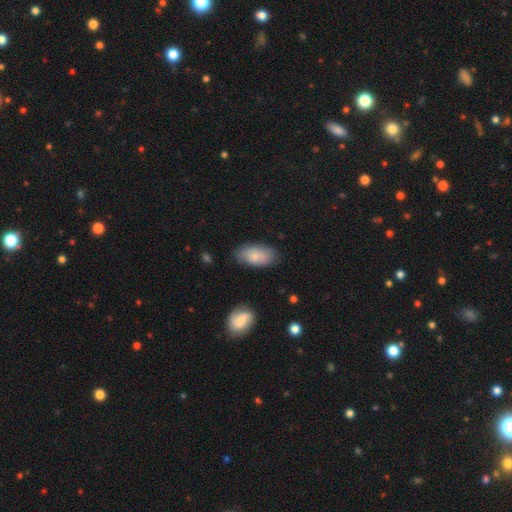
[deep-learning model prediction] The model was most divided on "merging": none: 72%, minor disturbance: 22%, major disturbance: 4%, merger: 2%. More confident: how rounded — in between (92%); smooth or featured — smooth (74%).